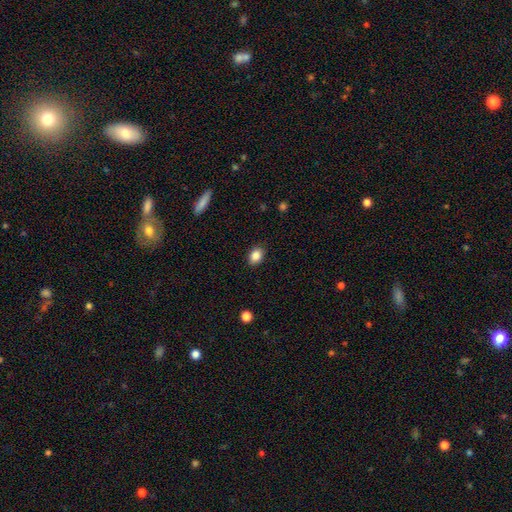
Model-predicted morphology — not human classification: Smooth or featured: smooth — 86% (star or artifact — 9%)
How rounded: in between — 64% (round — 35%)
Merging: none — 88% (minor disturbance — 9%)